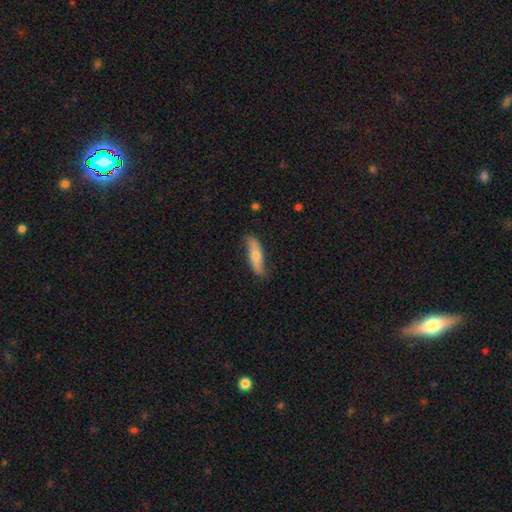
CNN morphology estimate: Smooth or featured: smooth — 48% (featured or disk — 46%)
Merging: none — 81% (minor disturbance — 16%)